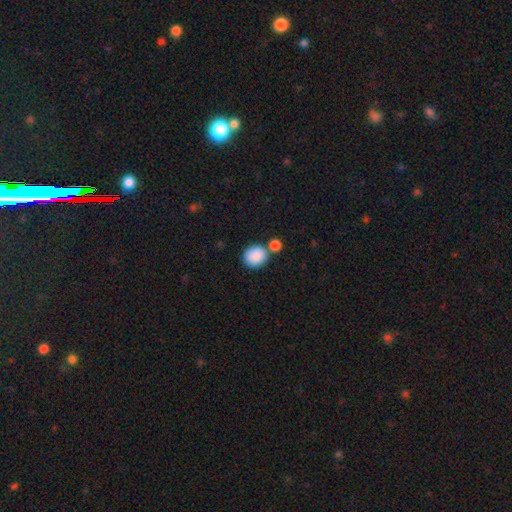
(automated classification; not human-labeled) smooth 88%, star or artifact 7%, featured or disk 5%. Down the decision tree: how rounded — round (76%); merging — none (62%).